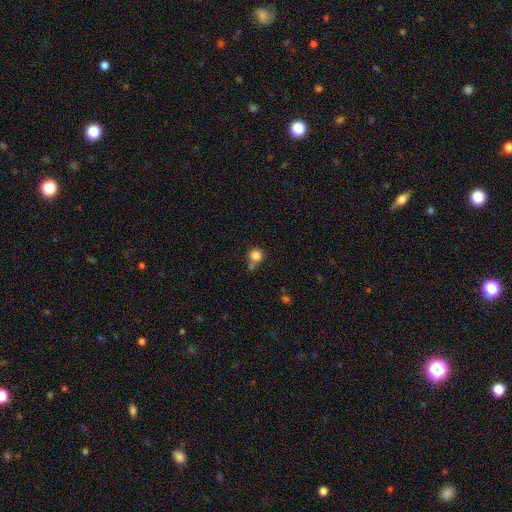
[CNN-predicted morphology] Q: Smooth or featured?
A: smooth (84%); runner-up: star or artifact (11%)
Q: How rounded?
A: round (92%); runner-up: in between (7%)
Q: Merging?
A: none (61%); runner-up: merger (20%)